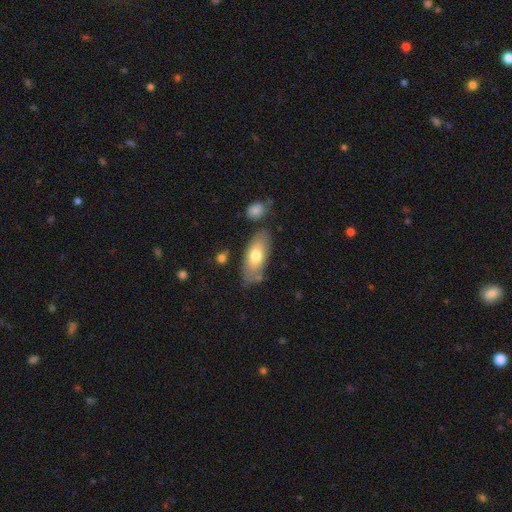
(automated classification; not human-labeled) The model was most divided on "smooth or featured": smooth: 66%, featured or disk: 28%, star or artifact: 6%. More confident: how rounded — in between (85%); merging — none (73%).